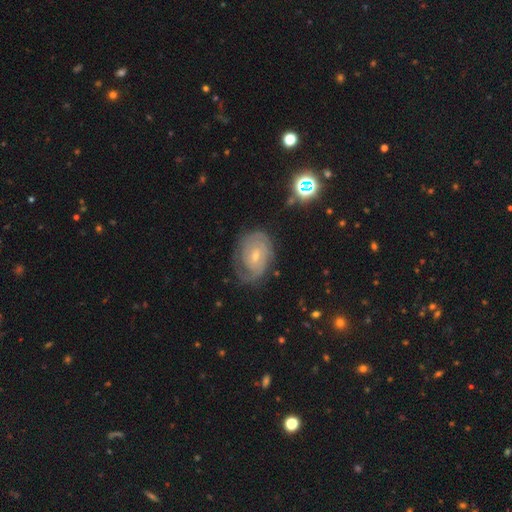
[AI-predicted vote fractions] Overall: featured or disk (80%). Edge-on disk: no (97%). Bar: no (54%; weak 39%). Spiral arms: yes (93%). Spiral arm count: 2 (39%; can't tell 34%). Spiral winding: tight (67%). Bulge size: small (65%; moderate 31%). Merging: none (69%).